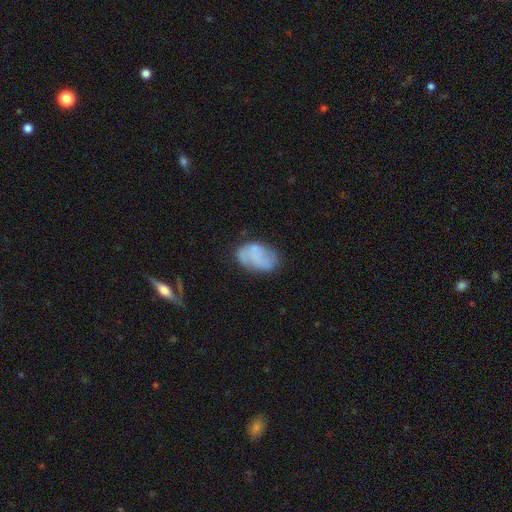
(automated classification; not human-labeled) A smooth galaxy with no disk features (53%) that is in between round and cigar-shaped (90%). Merging: none (59%).